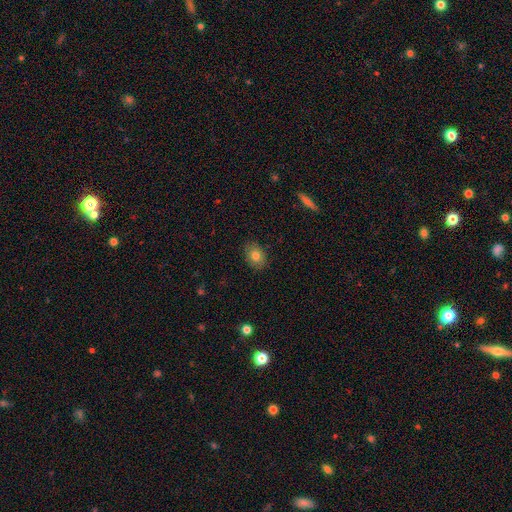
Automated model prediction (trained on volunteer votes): smooth 79%, featured or disk 12%, star or artifact 9%. Down the decision tree: how rounded — in between (67%); merging — none (87%).